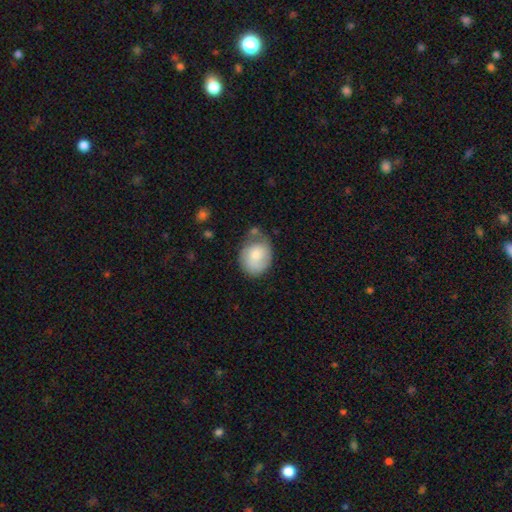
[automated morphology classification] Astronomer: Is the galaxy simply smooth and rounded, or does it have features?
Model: smooth — 70%.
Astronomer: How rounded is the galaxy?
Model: in between — 52% (runner-up: round, 47%).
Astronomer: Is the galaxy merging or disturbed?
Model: none — 50% (runner-up: minor disturbance, 30%).